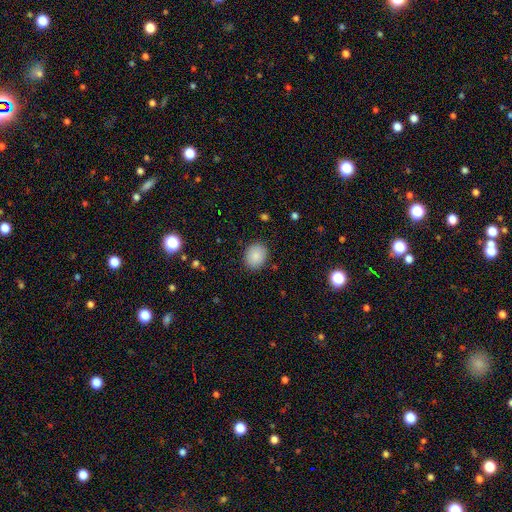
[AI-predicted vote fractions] Smooth or featured?
  - smooth: 87% *
  - star or artifact: 8%
  - featured or disk: 6%
How rounded?
  - round: 57% *
  - in between: 43%
  - cigar-shaped: 1%
Merging?
  - none: 88% *
  - minor disturbance: 9%
  - major disturbance: 2%
  - merger: 1%